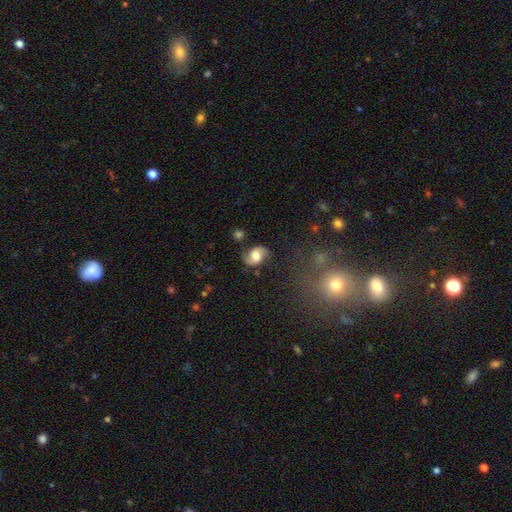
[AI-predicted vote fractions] Overall: featured or disk (62%; smooth 29%). Edge-on disk: no (97%). Bar: no (54%; weak 37%). Spiral arms: yes (90%). Spiral arm count: 2 (91%). Spiral winding: loose (49%; medium 38%). Bulge size: moderate (51%; large 33%). Merging: none (74%).